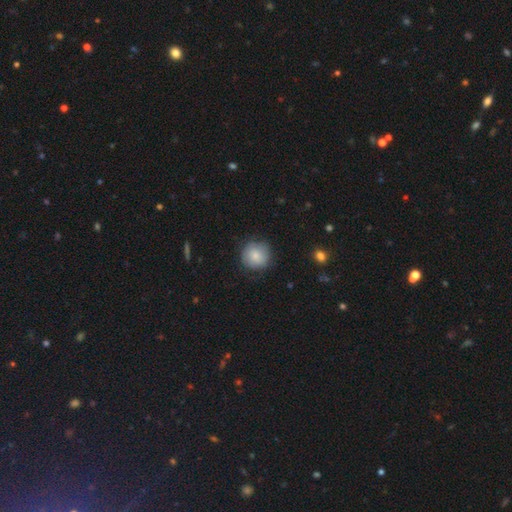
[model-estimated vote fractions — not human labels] Morphology: type=smooth (80%); roundness=round (93%); merging=none (79%).